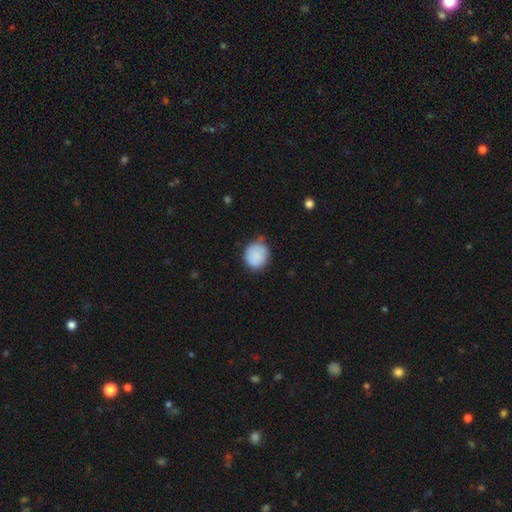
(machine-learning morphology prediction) Smooth or featured? smooth (86%)
How rounded? round (79%)
Merging? none (69%)